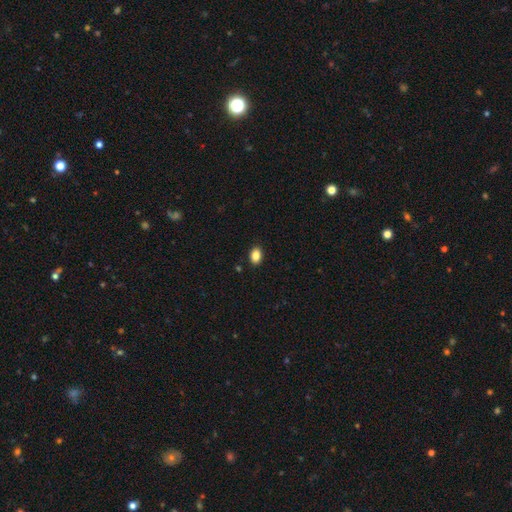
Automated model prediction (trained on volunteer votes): Morphology: type=smooth (87%); roundness=in between (83%); merging=none (89%).